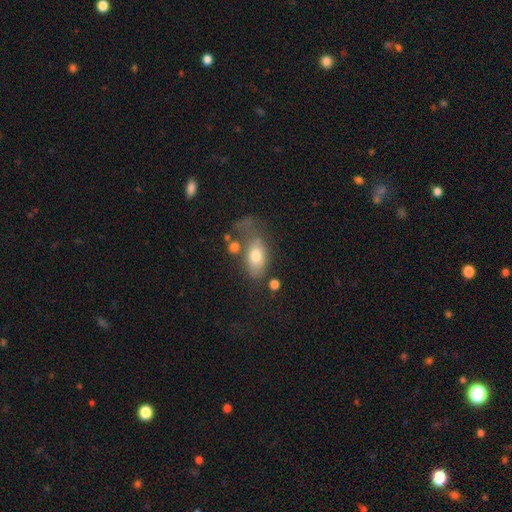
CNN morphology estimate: A smooth galaxy with no disk features (69%) that is in between round and cigar-shaped (88%). Merging: major disturbance (33%).